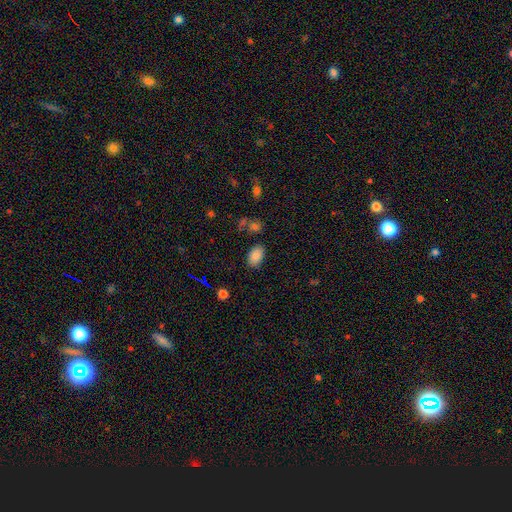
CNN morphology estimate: This appears to be a smooth galaxy with no disk features (85%) that is in between round and cigar-shaped (91%). Merging: none (80%).